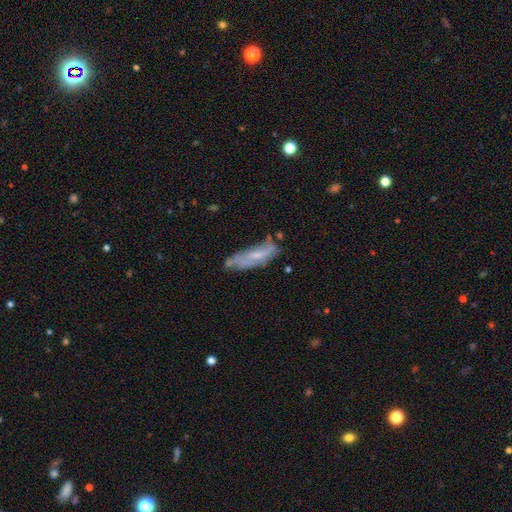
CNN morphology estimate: type=featured or disk (50%); edge-on=no (69%); merging=none (51%).